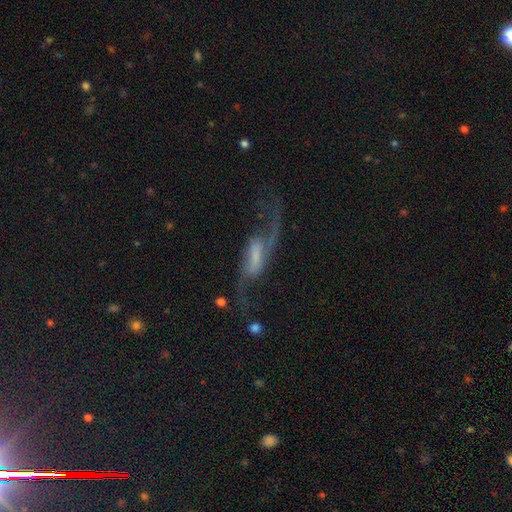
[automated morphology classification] Smooth or featured? Predicted: featured or disk (p=0.82). Edge-on disk? Predicted: no (p=0.91). Bar? Predicted: weak (p=0.40). Spiral arms? Predicted: yes (p=0.94). Spiral winding? Predicted: loose (p=0.84). Spiral arm count? Predicted: 2 (p=0.91). Bulge size? Predicted: none (p=0.44). Merging? Predicted: none (p=0.56).